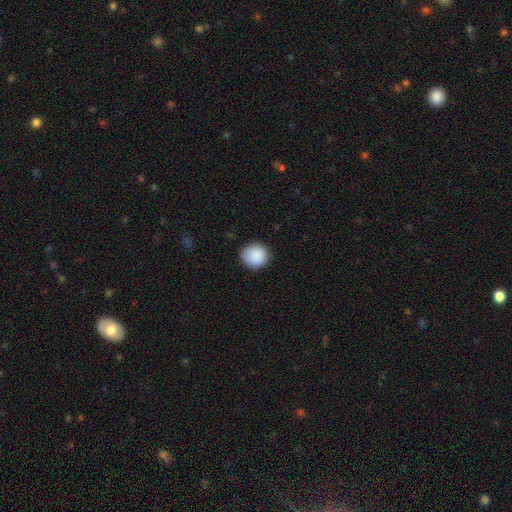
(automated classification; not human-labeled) A smooth galaxy with no disk features (89%) that is round (88%).

Vote fractions:
- Smooth or featured? smooth: 89% / star or artifact: 8% / featured or disk: 3%
- How rounded? round: 88% / in between: 11% / cigar-shaped: 1%
- Merging? none: 87% / minor disturbance: 10% / major disturbance: 2% / merger: 1%